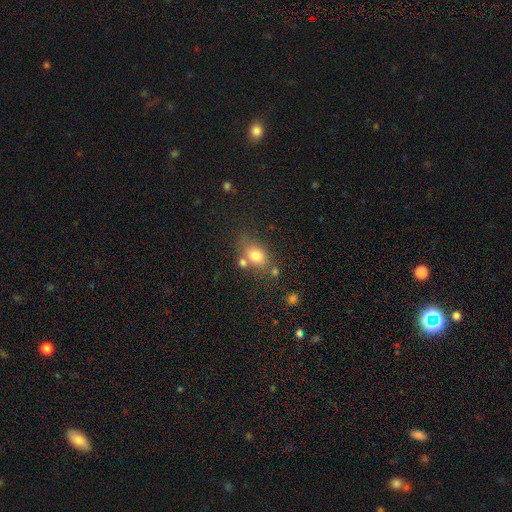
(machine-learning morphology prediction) The model was most divided on "how rounded": in between: 65%, round: 33%, cigar-shaped: 2%. More confident: smooth or featured — smooth (76%); merging — none (57%).